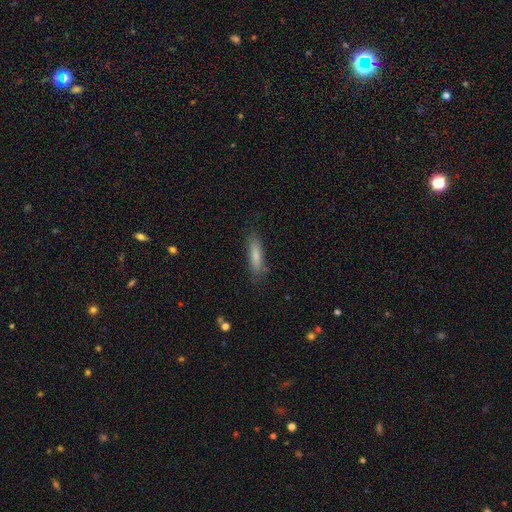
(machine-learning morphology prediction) Smooth or featured: smooth — 78% (featured or disk — 15%)
How rounded: cigar-shaped — 71% (in between — 28%)
Merging: none — 81% (minor disturbance — 14%)